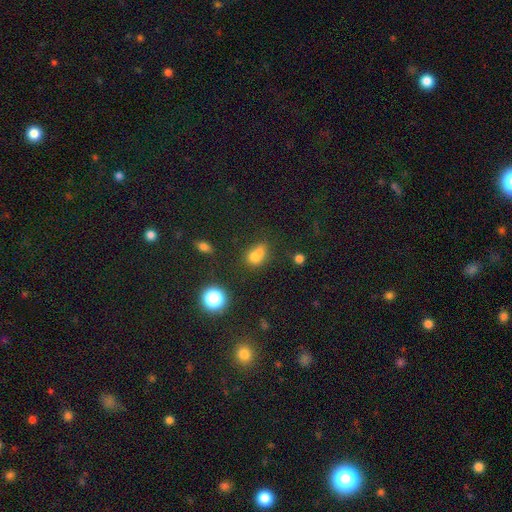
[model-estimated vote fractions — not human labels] Morphology: type=smooth (69%); roundness=in between (58%); merging=merger (40%).